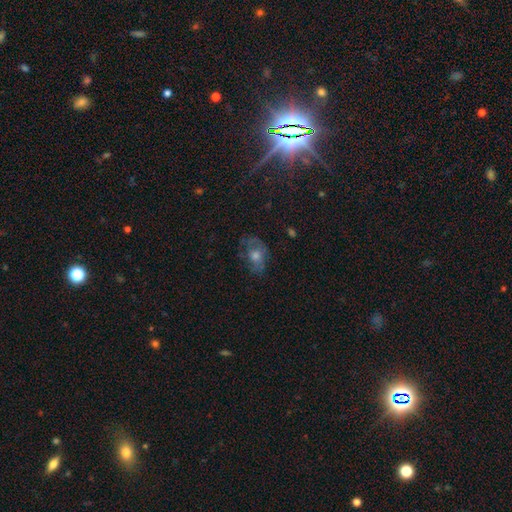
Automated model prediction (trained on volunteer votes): smooth-or-featured: featured or disk: 49% | smooth: 31% | star or artifact: 20%
  merging: none: 62% | minor disturbance: 22% | major disturbance: 14% | merger: 2%